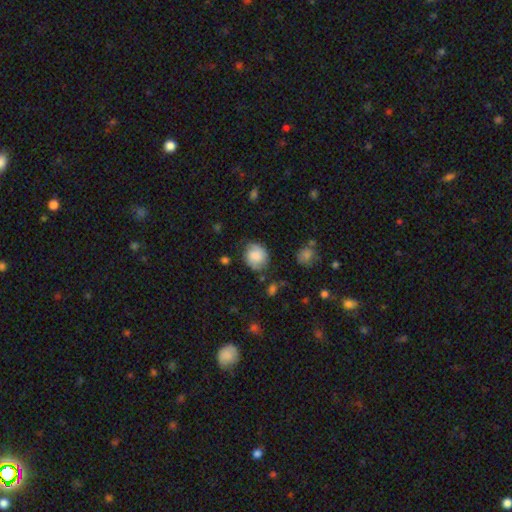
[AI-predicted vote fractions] This appears to be a smooth galaxy with no disk features (75%) that is round (69%). Merging: none (72%).